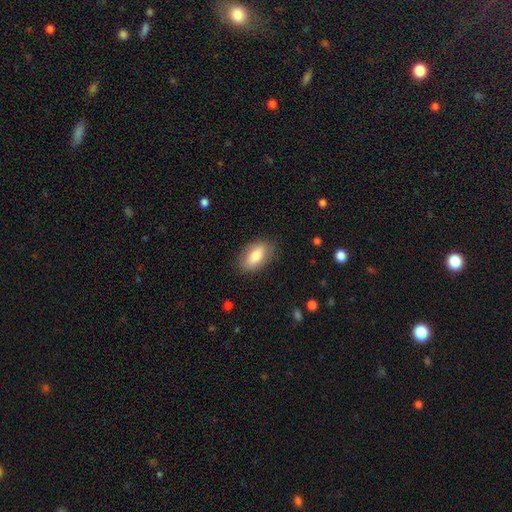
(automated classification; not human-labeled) The model was most divided on "smooth or featured": smooth: 77%, featured or disk: 17%, star or artifact: 6%. More confident: how rounded — in between (91%); merging — none (83%).